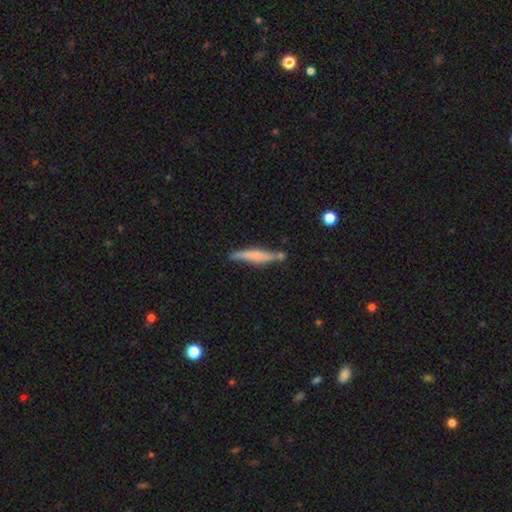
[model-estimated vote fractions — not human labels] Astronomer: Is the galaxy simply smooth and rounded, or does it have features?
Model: smooth — 52% (runner-up: featured or disk, 42%).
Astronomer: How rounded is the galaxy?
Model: cigar-shaped — 90%.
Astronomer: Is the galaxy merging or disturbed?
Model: none — 62%.